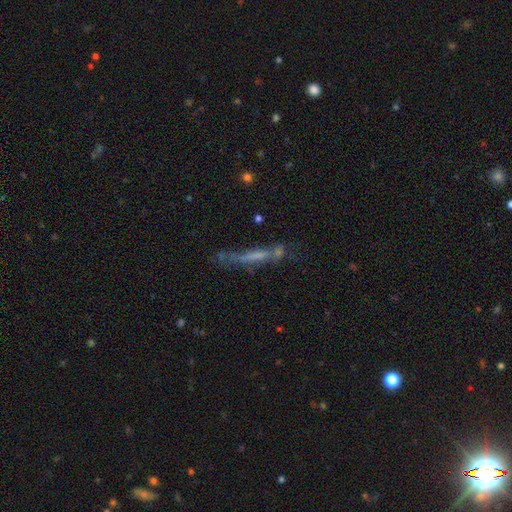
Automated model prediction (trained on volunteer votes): This appears to be a featured or disk galaxy (48%). Merging: none (46%).